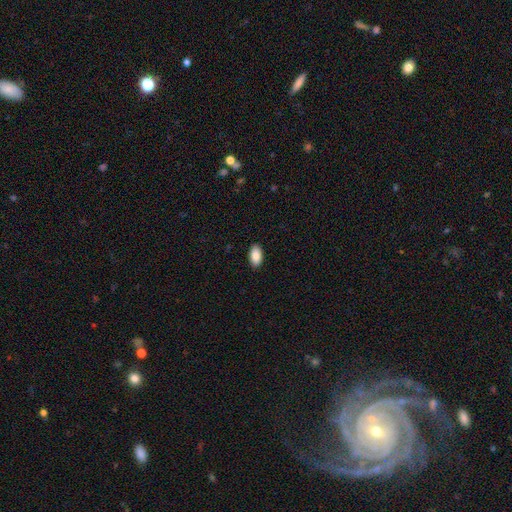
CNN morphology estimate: A smooth galaxy with no disk features (87%) that is in between round and cigar-shaped (95%). Merging: none (91%).